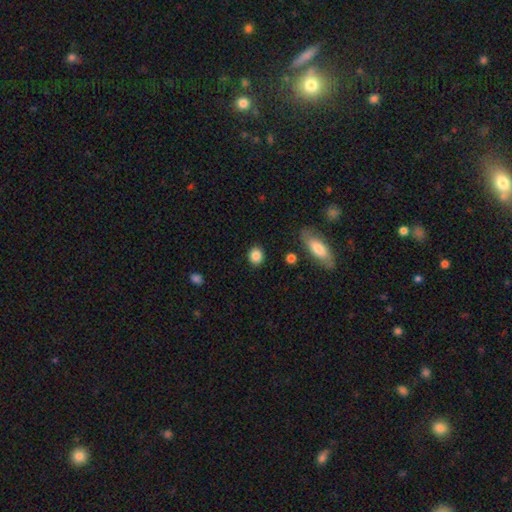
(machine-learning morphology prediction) Smooth or featured?
  - smooth: 86% *
  - star or artifact: 9%
  - featured or disk: 6%
How rounded?
  - round: 69% *
  - in between: 29%
  - cigar-shaped: 2%
Merging?
  - none: 88% *
  - minor disturbance: 7%
  - major disturbance: 2%
  - merger: 2%